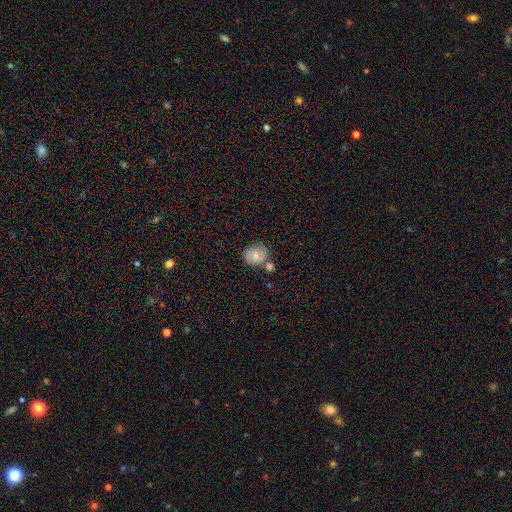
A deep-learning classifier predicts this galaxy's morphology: Smooth or featured? Predicted: smooth (p=0.58). How rounded? Predicted: round (p=0.61). Merging? Predicted: none (p=0.58).